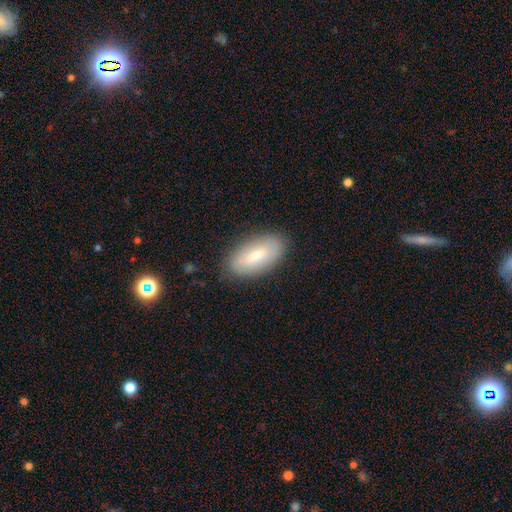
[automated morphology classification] type=smooth (70%); roundness=in between (89%); merging=none (85%).